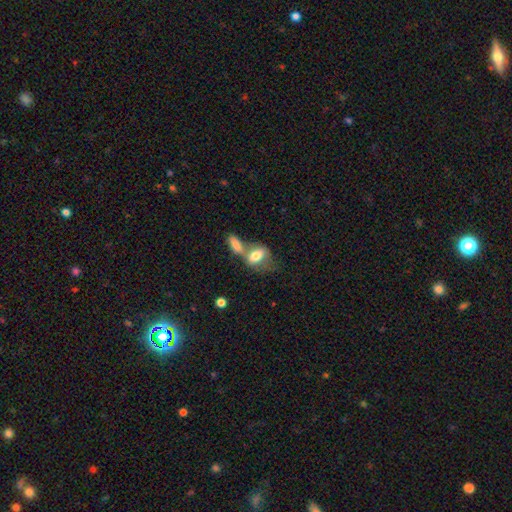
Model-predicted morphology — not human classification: Smooth or featured? smooth (71%)
How rounded? in between (82%)
Merging? merger (58%)